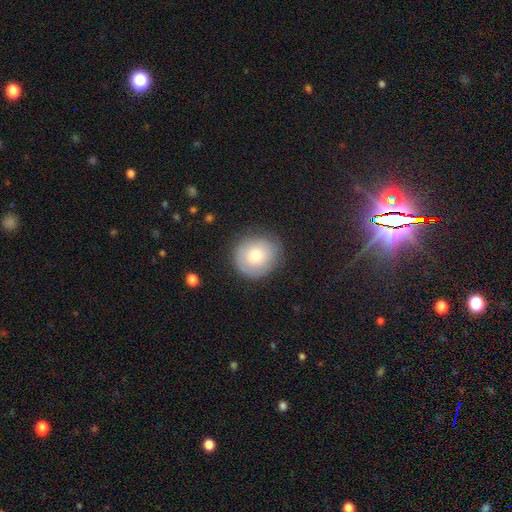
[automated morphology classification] smooth-or-featured: smooth: 67% | featured or disk: 24% | star or artifact: 8%
  how-rounded: round: 83% | in between: 16% | cigar-shaped: 1%
  merging: none: 80% | minor disturbance: 15% | major disturbance: 4% | merger: 1%